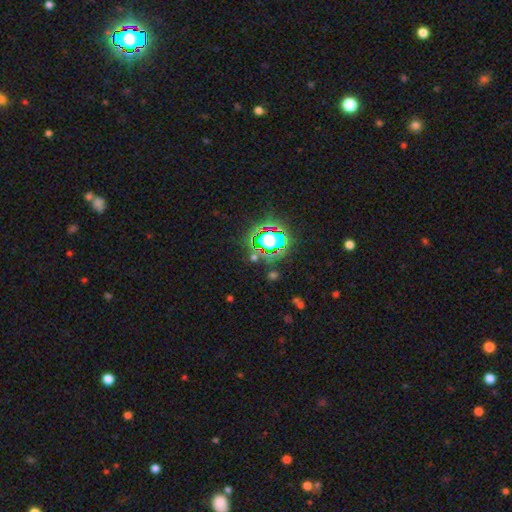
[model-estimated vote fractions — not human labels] Q: Smooth or featured?
A: star or artifact (72%); runner-up: smooth (18%)